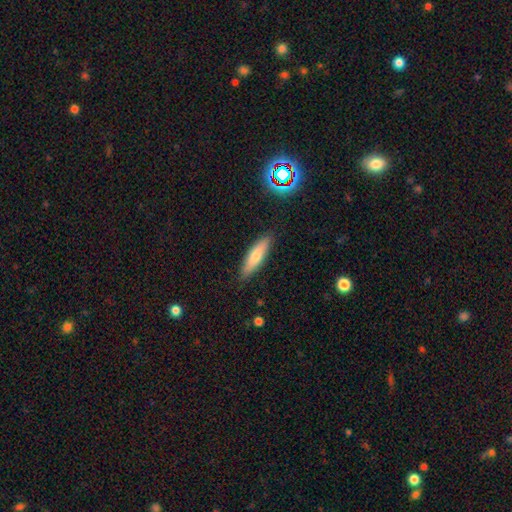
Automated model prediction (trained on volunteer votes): Smooth or featured? Predicted: smooth (p=0.67). How rounded? Predicted: cigar-shaped (p=0.70). Merging? Predicted: none (p=0.87).